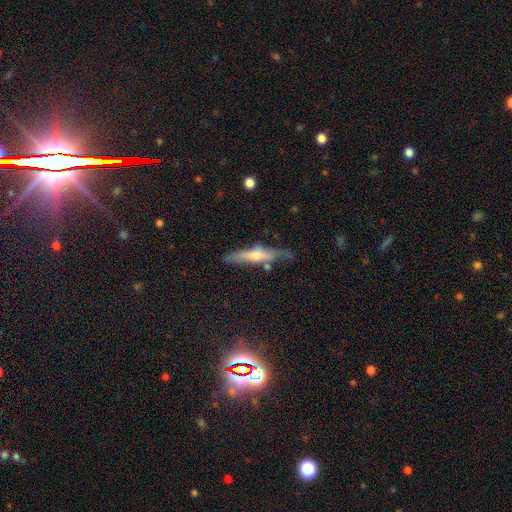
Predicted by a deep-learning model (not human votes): Smooth or featured?
  - featured or disk: 56% *
  - smooth: 29%
  - star or artifact: 14%
Edge-on disk?
  - yes: 87% *
  - no: 13%
Merging?
  - none: 72% *
  - minor disturbance: 20%
  - major disturbance: 5%
  - merger: 3%